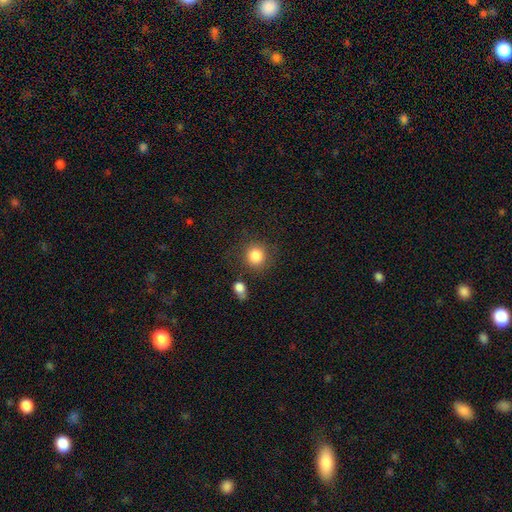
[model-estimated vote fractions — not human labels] smooth_or_featured: smooth (p=0.85) [alt: star or artifact p=0.09]
how_rounded: round (p=0.87) [alt: in between p=0.12]
merging: none (p=0.77) [alt: minor disturbance p=0.11]